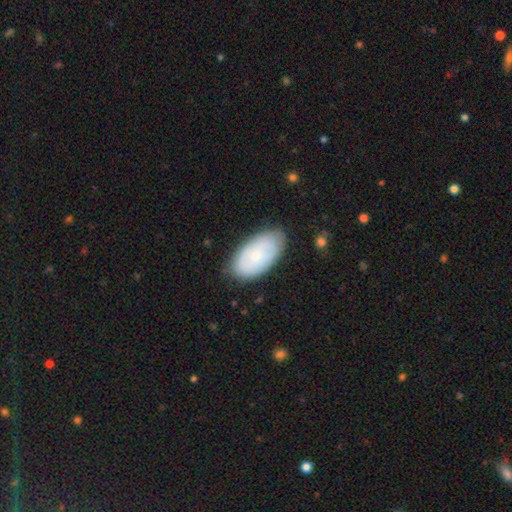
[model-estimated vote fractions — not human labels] smooth_or_featured: smooth (p=0.61) [alt: featured or disk p=0.32]
how_rounded: in between (p=0.95) [alt: round p=0.03]
merging: none (p=0.79) [alt: minor disturbance p=0.17]